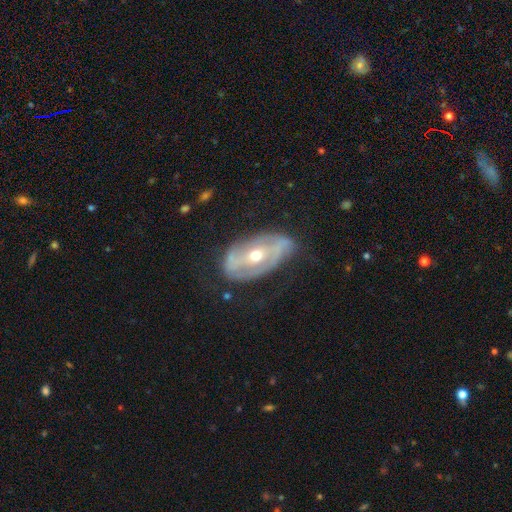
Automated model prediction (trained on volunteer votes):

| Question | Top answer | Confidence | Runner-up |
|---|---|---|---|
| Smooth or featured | featured or disk | 80% | smooth (14%) |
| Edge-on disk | no | 92% | yes (8%) |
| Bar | strong | 37% | weak (32%) |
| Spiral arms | yes | 75% | no (25%) |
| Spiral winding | tight | 39% | medium (37%) |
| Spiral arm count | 2 | 64% | can't tell (22%) |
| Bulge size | moderate | 59% | small (37%) |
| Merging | none | 64% | minor disturbance (24%) |